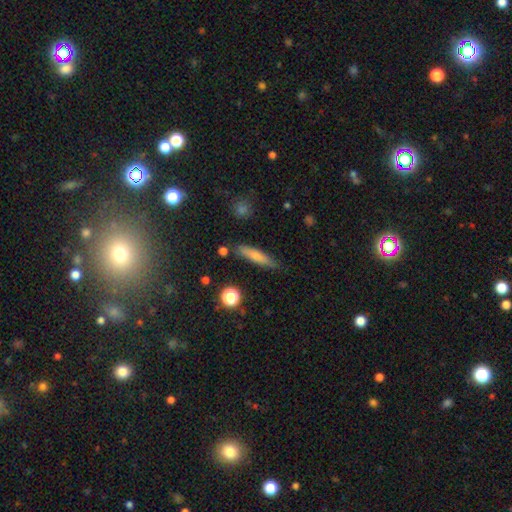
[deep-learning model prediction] Overall: smooth (72%). How rounded: cigar-shaped (82%). Merging: none (82%).